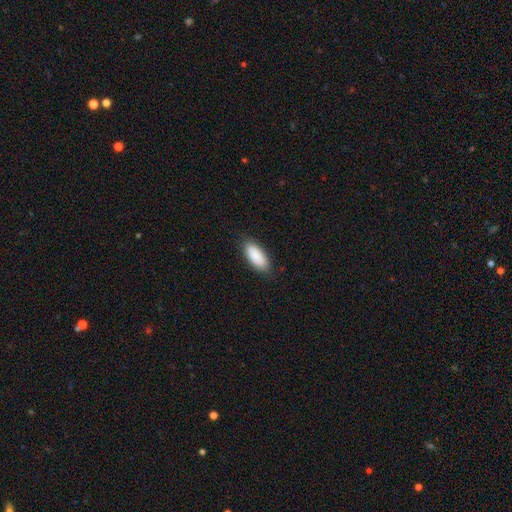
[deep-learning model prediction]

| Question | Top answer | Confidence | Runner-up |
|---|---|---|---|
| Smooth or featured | smooth | 90% | star or artifact (6%) |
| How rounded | in between | 87% | cigar-shaped (12%) |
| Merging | none | 85% | minor disturbance (12%) |